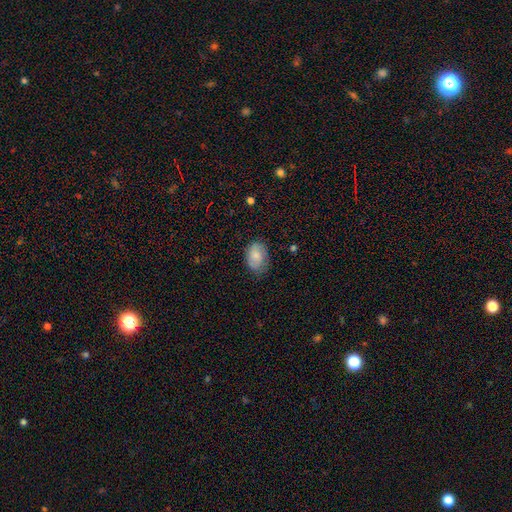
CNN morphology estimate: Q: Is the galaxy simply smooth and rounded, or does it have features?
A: smooth — 80%.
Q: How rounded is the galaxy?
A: in between — 84%.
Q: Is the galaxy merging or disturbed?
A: none — 68%.